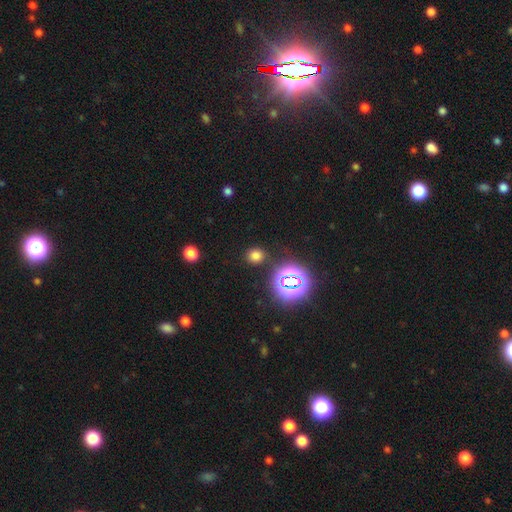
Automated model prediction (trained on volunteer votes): Smooth or featured? smooth (68%)
How rounded? round (77%)
Merging? none (86%)